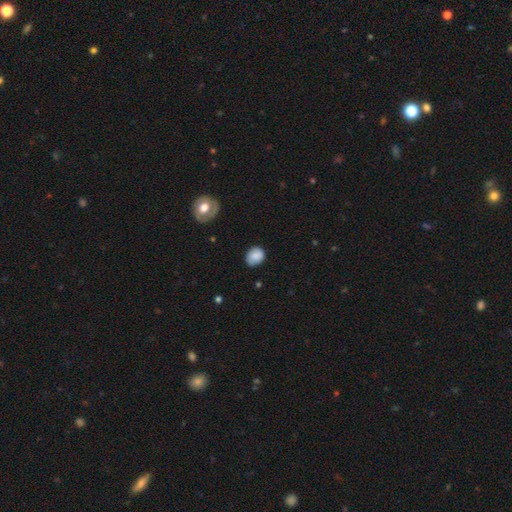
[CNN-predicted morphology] Smooth or featured? Predicted: smooth (p=0.85). How rounded? Predicted: round (p=0.58). Merging? Predicted: none (p=0.77).